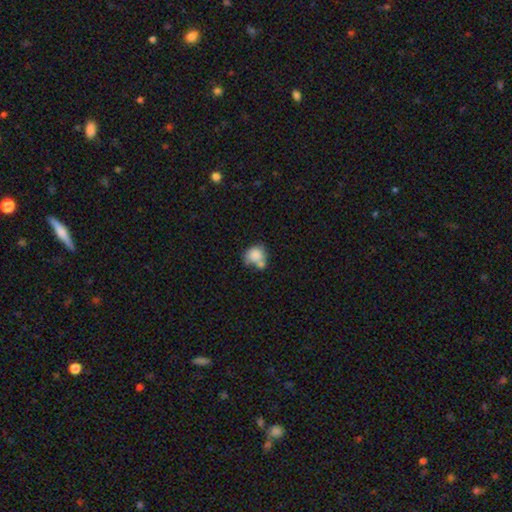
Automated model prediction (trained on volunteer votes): smooth_or_featured: smooth (p=0.80) [alt: featured or disk p=0.11]
how_rounded: round (p=0.76) [alt: in between p=0.23]
merging: none (p=0.39) [alt: merger p=0.36]